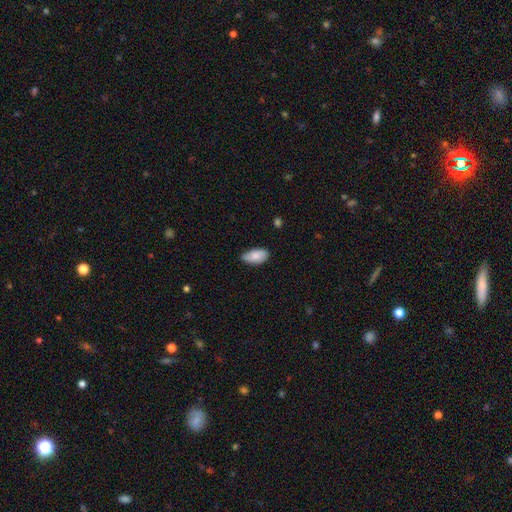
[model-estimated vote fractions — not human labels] Smooth or featured: smooth — 84% (featured or disk — 10%)
How rounded: in between — 94% (cigar-shaped — 3%)
Merging: none — 68% (minor disturbance — 27%)